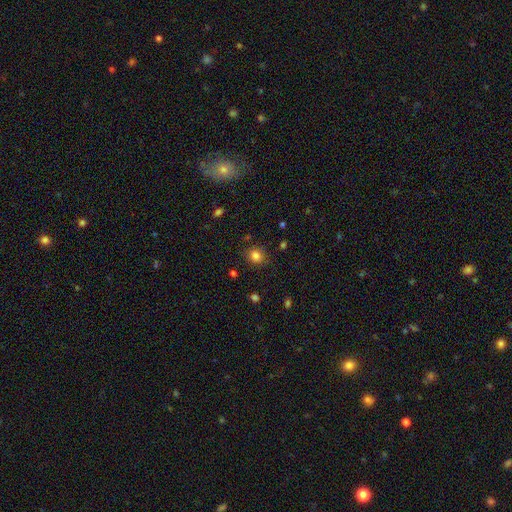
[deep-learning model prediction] smooth-or-featured: smooth: 81% | star or artifact: 13% | featured or disk: 5%
  how-rounded: round: 84% | in between: 15% | cigar-shaped: 1%
  merging: none: 87% | minor disturbance: 8% | major disturbance: 3% | merger: 2%